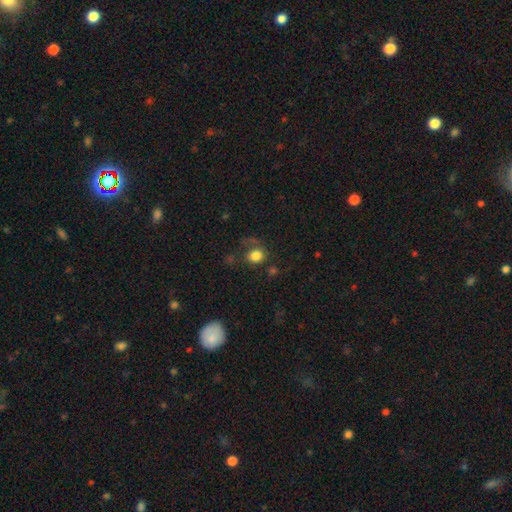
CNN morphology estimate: type=smooth (79%); roundness=round (70%); merging=none (55%).